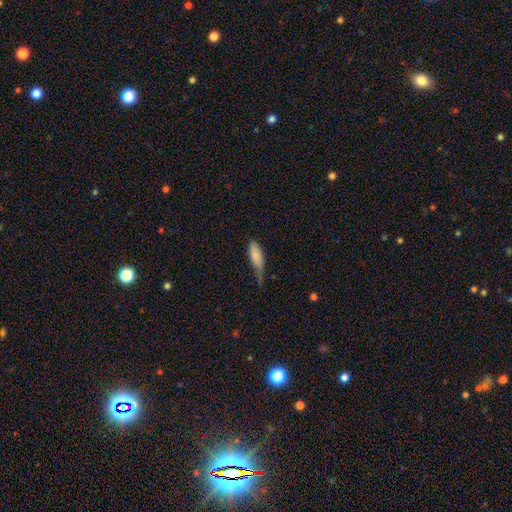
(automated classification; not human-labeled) smooth_or_featured: smooth (p=0.81) [alt: featured or disk p=0.12]
how_rounded: in between (p=0.60) [alt: cigar-shaped p=0.38]
merging: minor disturbance (p=0.48) [alt: none p=0.27]